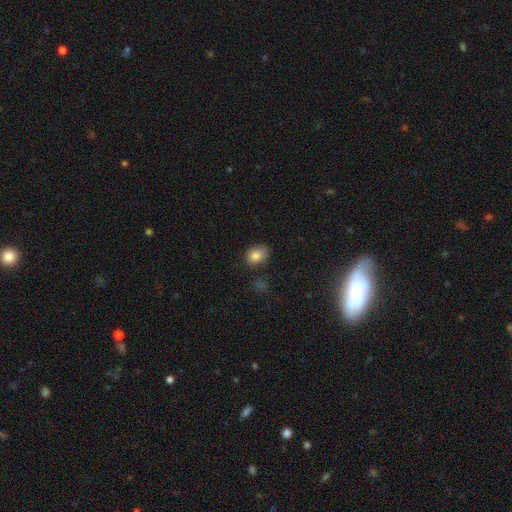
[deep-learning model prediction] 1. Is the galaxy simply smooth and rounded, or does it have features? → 84% smooth, 9% star or artifact, 7% featured or disk.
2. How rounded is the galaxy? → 67% in between, 32% round, 1% cigar-shaped.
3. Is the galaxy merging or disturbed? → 70% none, 22% minor disturbance, 5% major disturbance, 4% merger.